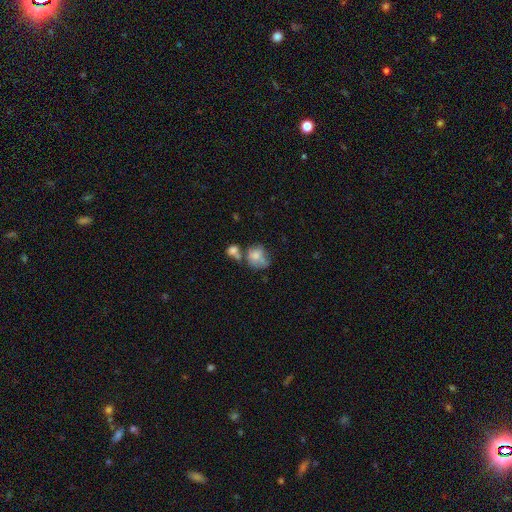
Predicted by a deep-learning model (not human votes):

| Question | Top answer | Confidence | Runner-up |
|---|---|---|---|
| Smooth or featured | smooth | 60% | featured or disk (28%) |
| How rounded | round | 60% | in between (39%) |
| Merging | merger | 35% | none (31%) |